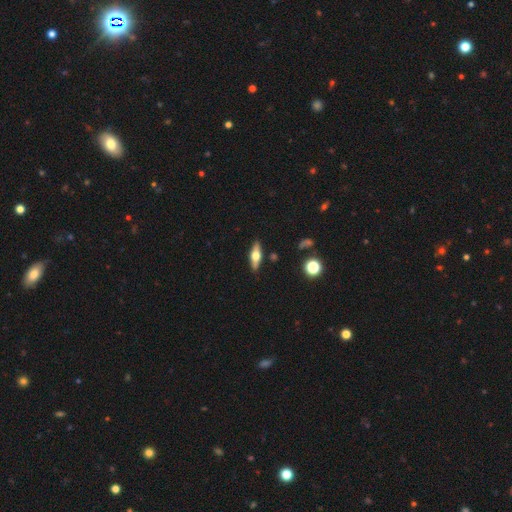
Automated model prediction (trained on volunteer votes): smooth_or_featured: featured or disk (p=0.51) [alt: smooth p=0.42]
disk_edge_on: yes (p=0.90) [alt: no p=0.10]
merging: none (p=0.87) [alt: minor disturbance p=0.09]